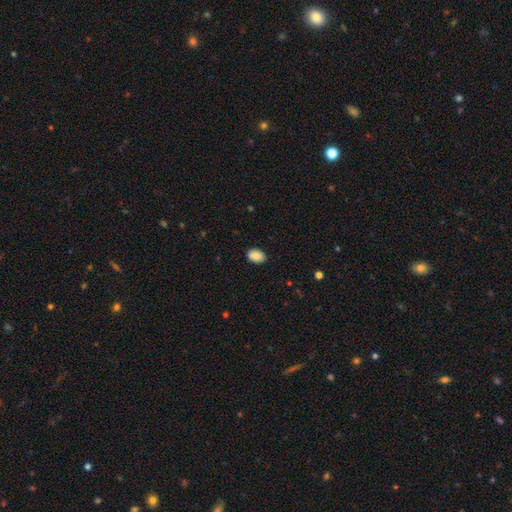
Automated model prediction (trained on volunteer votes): smooth-or-featured: smooth: 88% | star or artifact: 7% | featured or disk: 5%
  how-rounded: in between: 84% | round: 15% | cigar-shaped: 1%
  merging: none: 86% | minor disturbance: 11% | major disturbance: 2% | merger: 1%